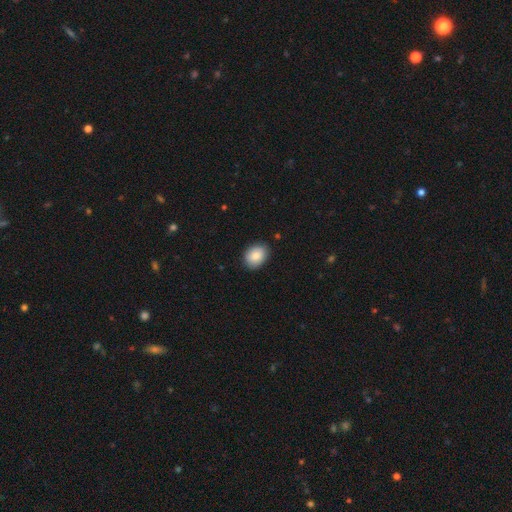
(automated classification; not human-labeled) smooth_or_featured: smooth (p=0.86) [alt: star or artifact p=0.07]
how_rounded: in between (p=0.67) [alt: round p=0.32]
merging: none (p=0.87) [alt: minor disturbance p=0.10]